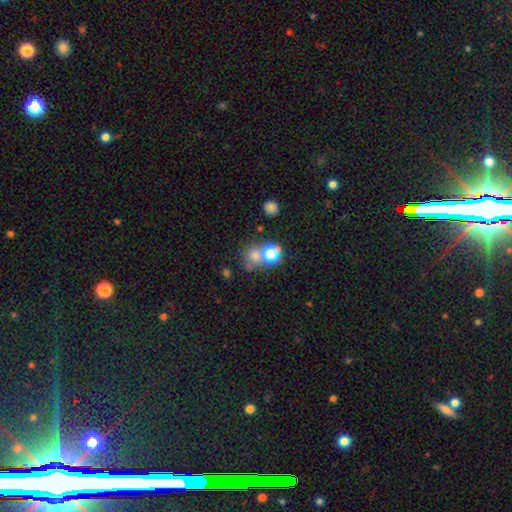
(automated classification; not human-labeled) smooth-or-featured: smooth: 66% | star or artifact: 23% | featured or disk: 11%
  how-rounded: round: 80% | in between: 19% | cigar-shaped: 1%
  merging: none: 48% | merger: 38% | minor disturbance: 9% | major disturbance: 6%